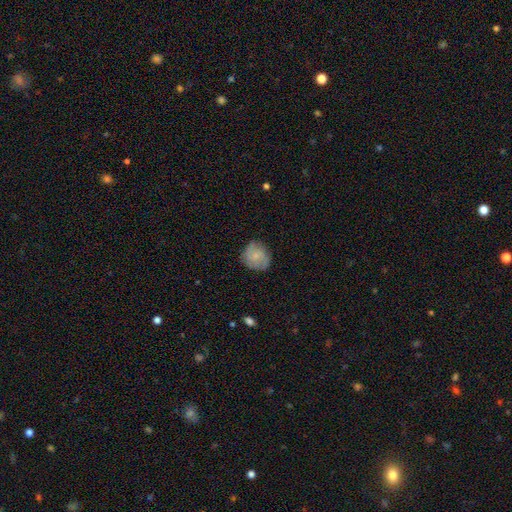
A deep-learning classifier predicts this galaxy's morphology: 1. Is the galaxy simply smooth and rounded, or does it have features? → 49% smooth, 44% featured or disk, 7% star or artifact.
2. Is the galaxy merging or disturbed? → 73% none, 20% minor disturbance, 5% major disturbance, 1% merger.